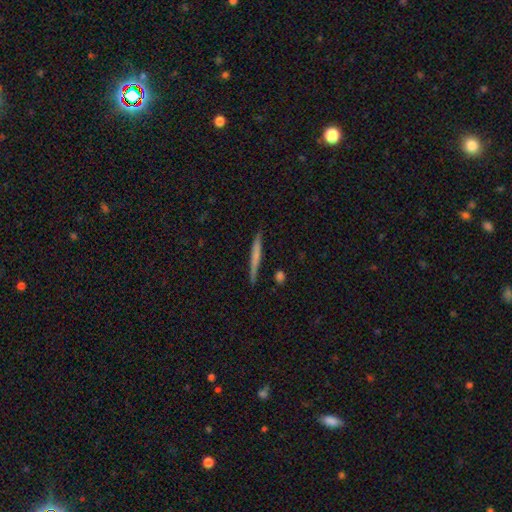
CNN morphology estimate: Smooth or featured? Predicted: smooth (p=0.52). How rounded? Predicted: cigar-shaped (p=0.95). Merging? Predicted: none (p=0.88).